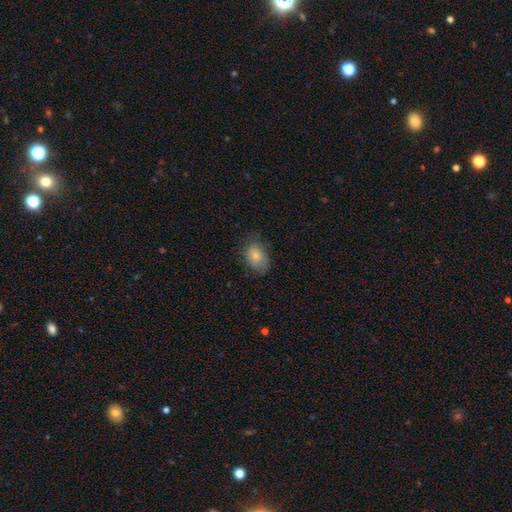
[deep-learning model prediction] This appears to be a smooth galaxy with no disk features (79%) that is in between round and cigar-shaped (79%). Merging: none (69%).